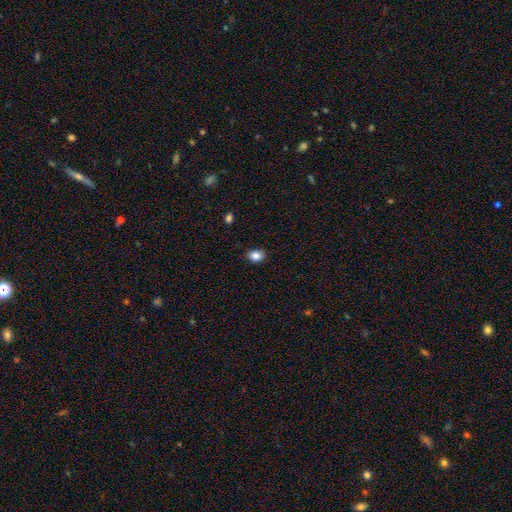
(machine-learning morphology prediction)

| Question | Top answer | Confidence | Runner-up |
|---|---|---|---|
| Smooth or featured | smooth | 85% | star or artifact (9%) |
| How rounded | in between | 64% | round (35%) |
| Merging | none | 86% | minor disturbance (11%) |